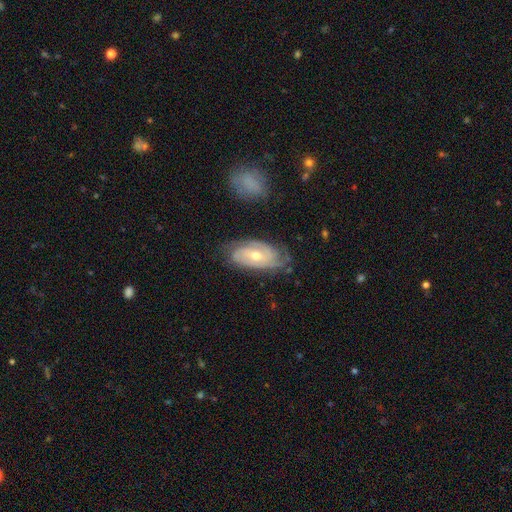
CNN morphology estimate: Smooth or featured? featured or disk (78%)
Edge-on disk? no (93%)
Bar? no (65%)
Spiral arms? yes (91%)
Spiral winding? tight (63%)
Spiral arm count? 2 (36%)
Bulge size? moderate (58%)
Merging? none (69%)